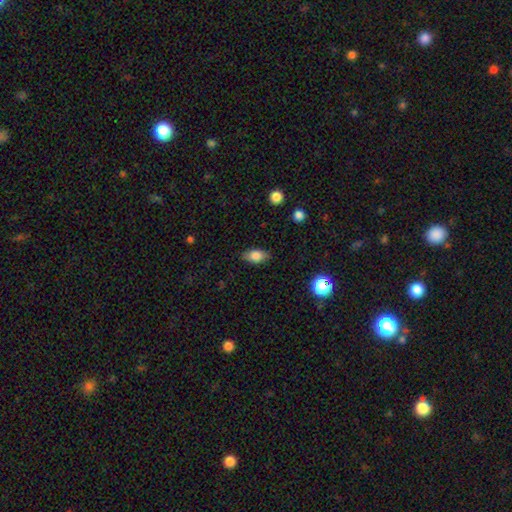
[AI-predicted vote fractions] smooth_or_featured: smooth (p=0.81) [alt: featured or disk p=0.10]
how_rounded: in between (p=0.88) [alt: round p=0.07]
merging: none (p=0.84) [alt: minor disturbance p=0.12]